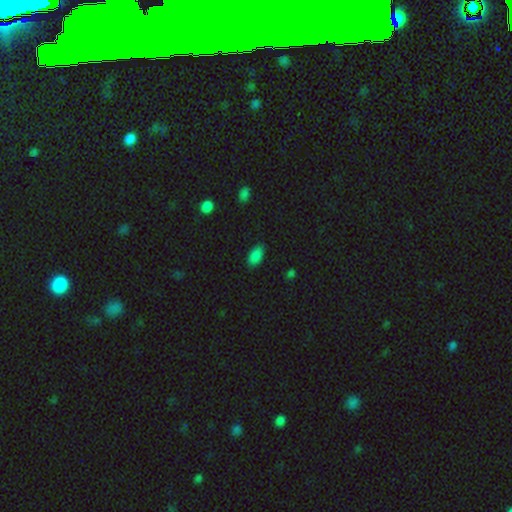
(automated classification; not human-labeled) A smooth galaxy with no disk features (85%) that is in between round and cigar-shaped (93%). Merging: none (85%).